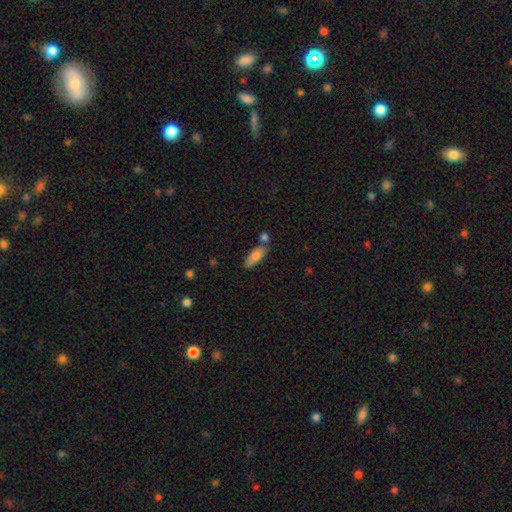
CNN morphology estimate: Overall: smooth (80%). How rounded: in between (72%). Merging: none (63%).